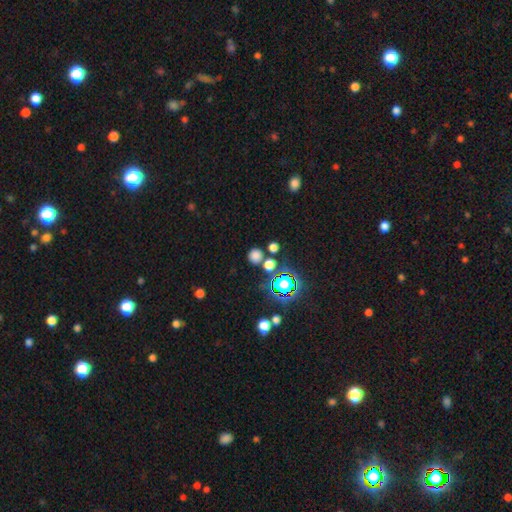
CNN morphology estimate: Smooth or featured: smooth — 70% (star or artifact — 24%)
How rounded: round — 91% (in between — 8%)
Merging: none — 78% (merger — 10%)